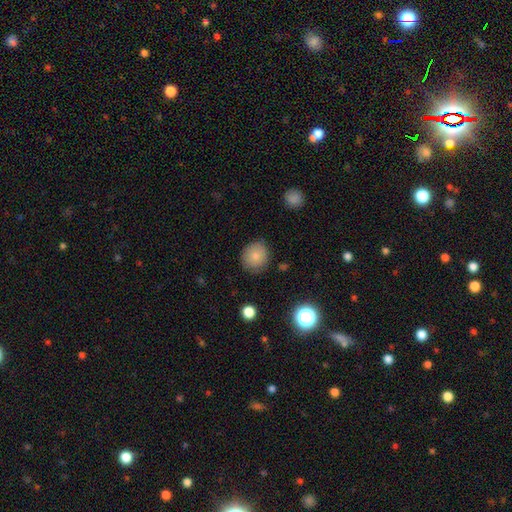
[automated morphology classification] This is clearly a smooth galaxy (83%). How rounded: clearly round (83%). Merging: clearly none (81%).